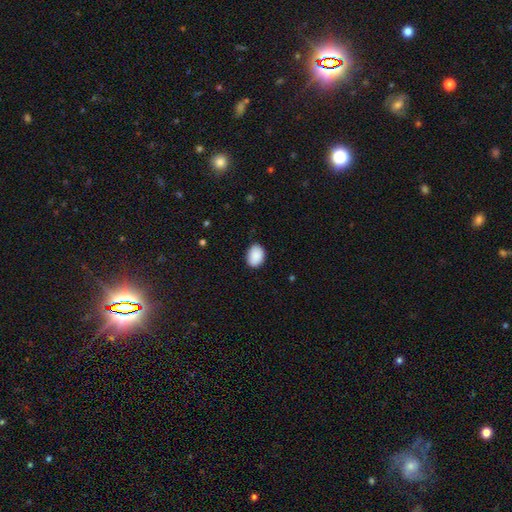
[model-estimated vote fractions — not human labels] This appears to be a smooth galaxy with no disk features (90%) that is in between round and cigar-shaped (75%). Merging: none (84%).